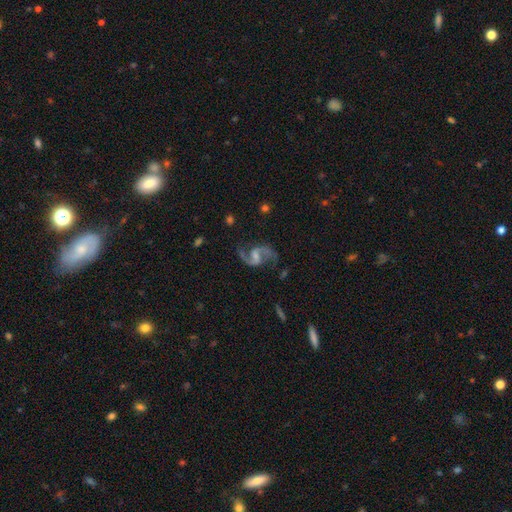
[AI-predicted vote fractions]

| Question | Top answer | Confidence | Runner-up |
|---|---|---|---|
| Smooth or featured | featured or disk | 92% | star or artifact (5%) |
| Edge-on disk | no | 98% | yes (2%) |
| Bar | weak | 53% | no (26%) |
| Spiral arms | yes | 98% | no (2%) |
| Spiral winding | loose | 56% | medium (38%) |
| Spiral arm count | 2 | 94% | 1 (1%) |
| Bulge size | small | 41% | moderate (28%) |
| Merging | none | 74% | minor disturbance (15%) |